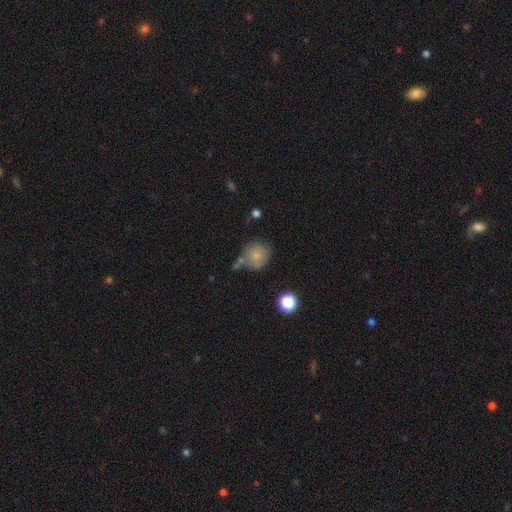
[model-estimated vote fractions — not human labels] smooth 79%, featured or disk 12%, star or artifact 10%. Down the decision tree: how rounded — round (84%); merging — none (59%).